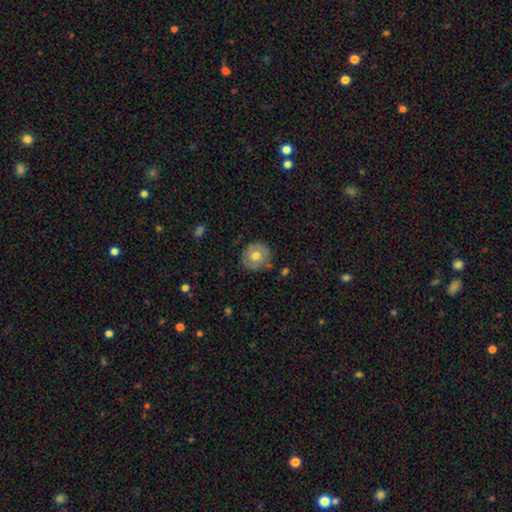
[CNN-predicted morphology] Overall: smooth (60%; featured or disk 33%). How rounded: round (87%). Merging: none (82%).